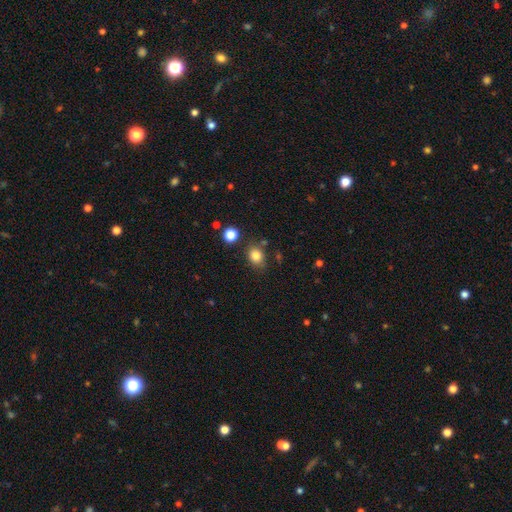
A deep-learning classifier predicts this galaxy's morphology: Overall: smooth (82%). How rounded: round (57%; in between 42%). Merging: none (78%).